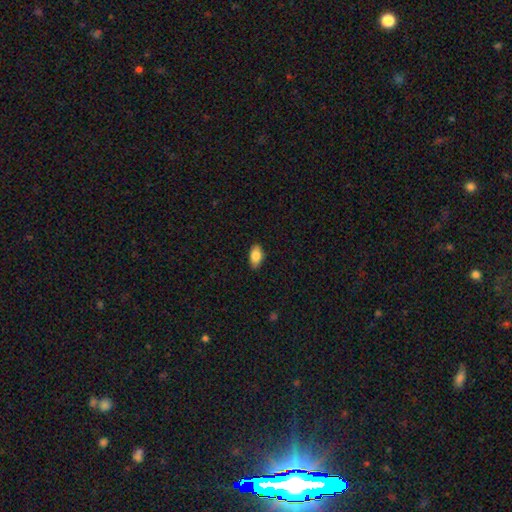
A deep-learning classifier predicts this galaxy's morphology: smooth_or_featured: smooth (p=0.84) [alt: featured or disk p=0.09]
how_rounded: in between (p=0.92) [alt: round p=0.05]
merging: none (p=0.87) [alt: minor disturbance p=0.10]